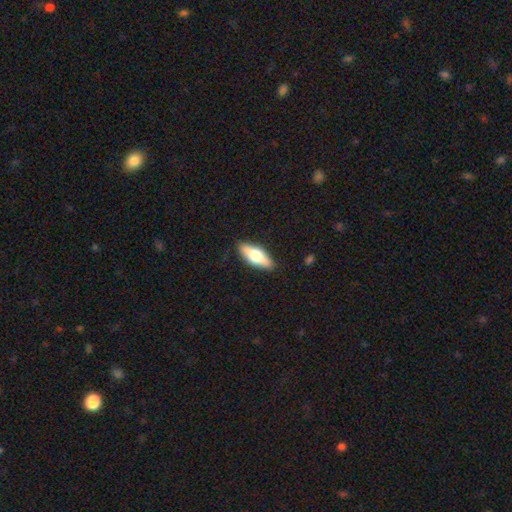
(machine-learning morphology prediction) type=smooth (57%); roundness=in between (72%); merging=none (87%).